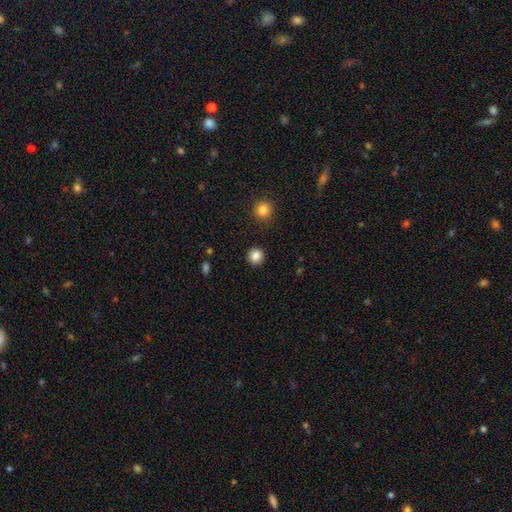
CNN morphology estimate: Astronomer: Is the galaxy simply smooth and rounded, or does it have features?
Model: smooth — 85%.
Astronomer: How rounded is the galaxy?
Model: round — 92%.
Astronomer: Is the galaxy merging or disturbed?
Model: none — 91%.